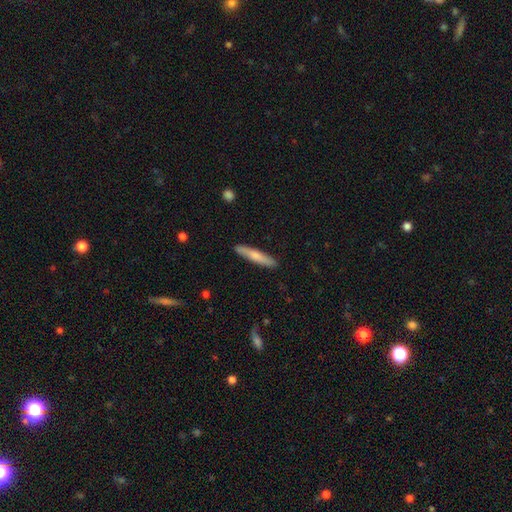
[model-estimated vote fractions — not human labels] This is likely a smooth galaxy (68%). How rounded: clearly cigar-shaped (91%). Merging: clearly none (89%).